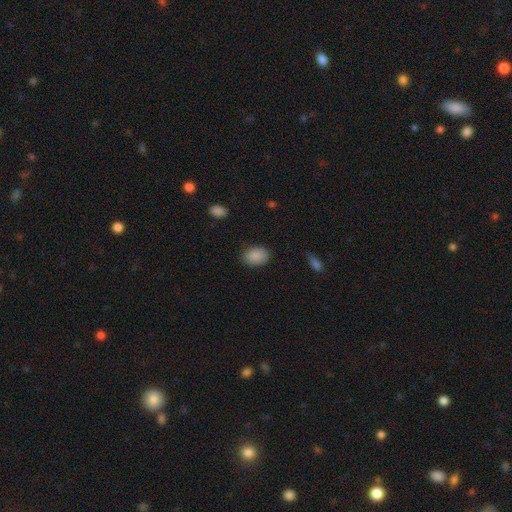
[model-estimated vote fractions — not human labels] Q: Smooth or featured?
A: smooth (89%); runner-up: star or artifact (8%)
Q: How rounded?
A: in between (81%); runner-up: round (18%)
Q: Merging?
A: none (84%); runner-up: minor disturbance (12%)